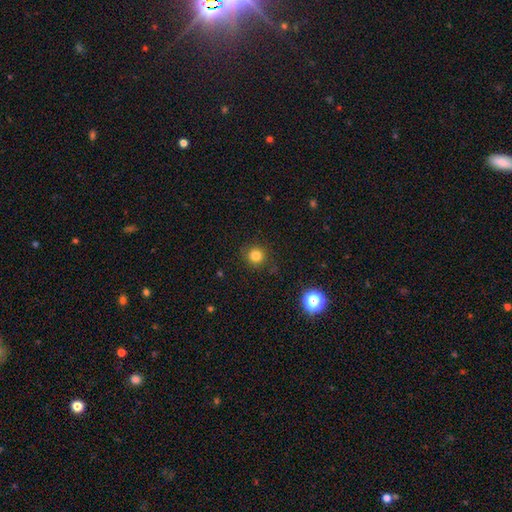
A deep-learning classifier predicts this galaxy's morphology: Smooth or featured: smooth — 81% (star or artifact — 14%)
How rounded: round — 93% (in between — 6%)
Merging: none — 88% (minor disturbance — 8%)